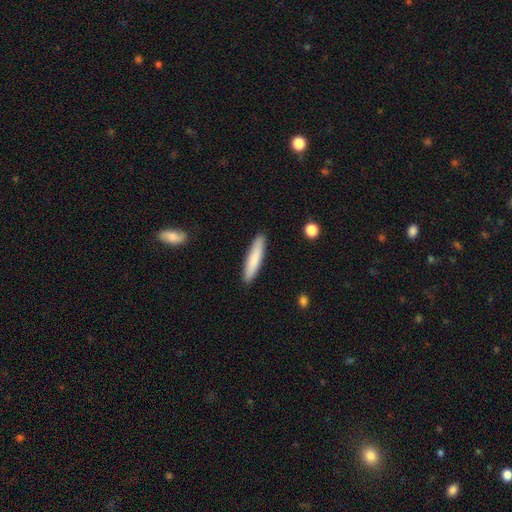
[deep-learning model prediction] This appears to be a smooth galaxy with no disk features (80%) that is cigar-shaped (87%). Merging: none (90%).